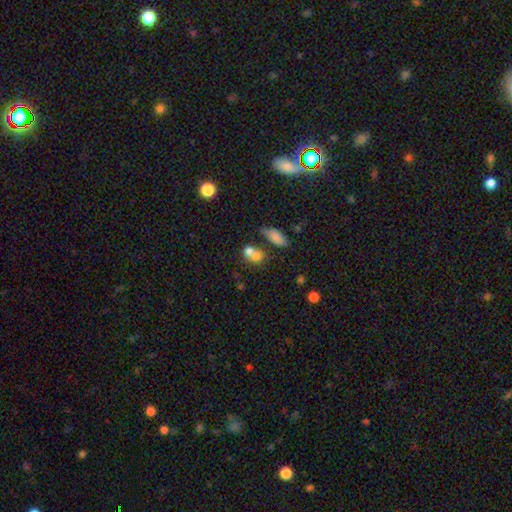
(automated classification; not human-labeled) Smooth or featured? Predicted: smooth (p=0.72). How rounded? Predicted: round (p=0.54). Merging? Predicted: merger (p=0.54).